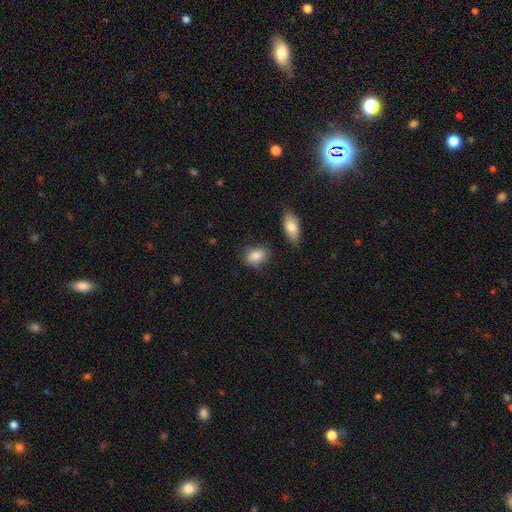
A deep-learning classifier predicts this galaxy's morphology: The model was most divided on "how rounded": in between: 75%, round: 23%, cigar-shaped: 2%. More confident: smooth or featured — smooth (86%); merging — none (74%).